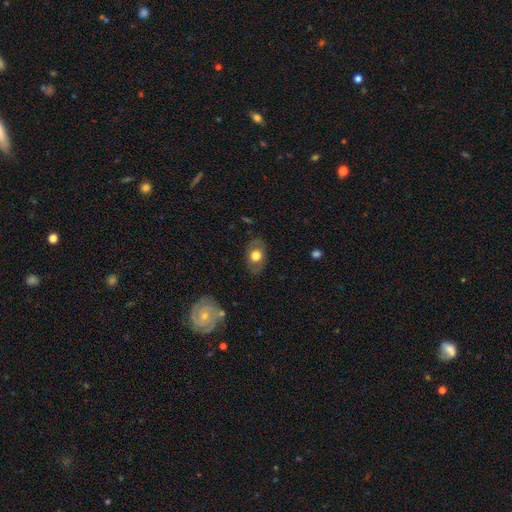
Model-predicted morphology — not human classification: This is likely a smooth galaxy (62%). How rounded: likely in between (75%). Merging: clearly none (81%).